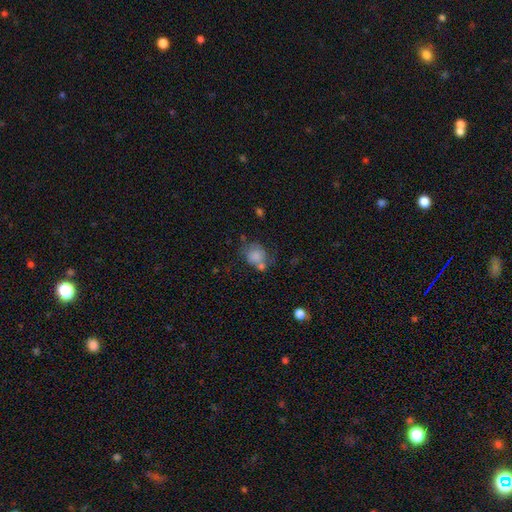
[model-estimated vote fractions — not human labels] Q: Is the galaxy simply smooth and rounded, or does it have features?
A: smooth — 76%.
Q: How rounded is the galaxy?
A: round — 66%.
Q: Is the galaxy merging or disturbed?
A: none — 45%.